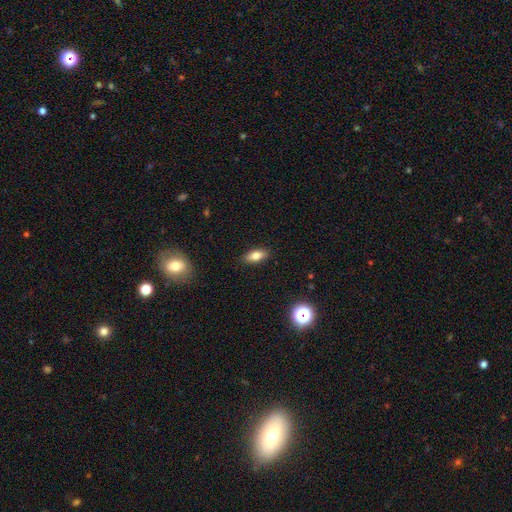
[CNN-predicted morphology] This appears to be a smooth galaxy with no disk features (79%) that is in between round and cigar-shaped (82%). Merging: none (89%).